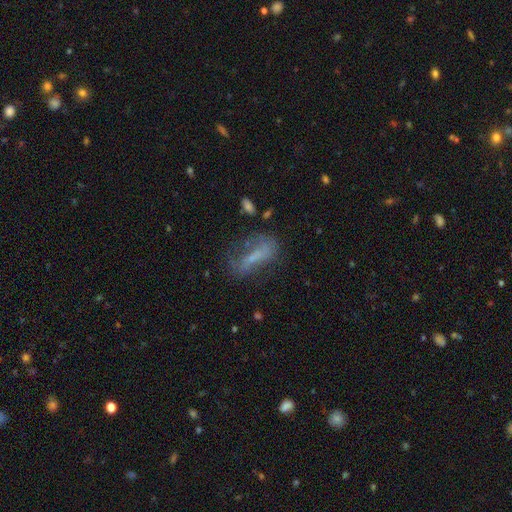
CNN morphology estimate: smooth_or_featured: smooth (p=0.46) [alt: featured or disk p=0.40]
merging: none (p=0.46) [alt: minor disturbance p=0.24]